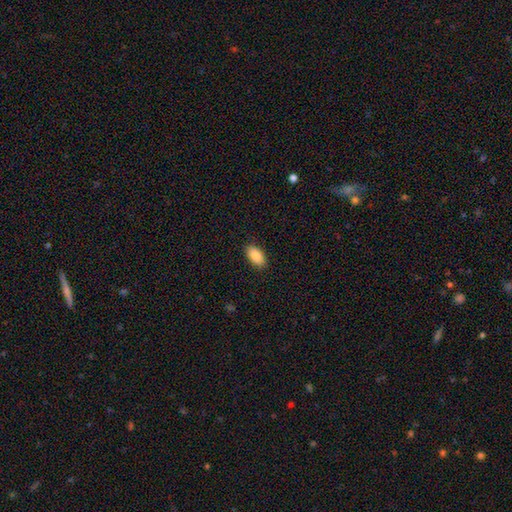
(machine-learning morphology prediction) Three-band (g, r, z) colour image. It shows a smooth galaxy with no disk features (88%) that is in between round and cigar-shaped (93%). Merging: none (89%).